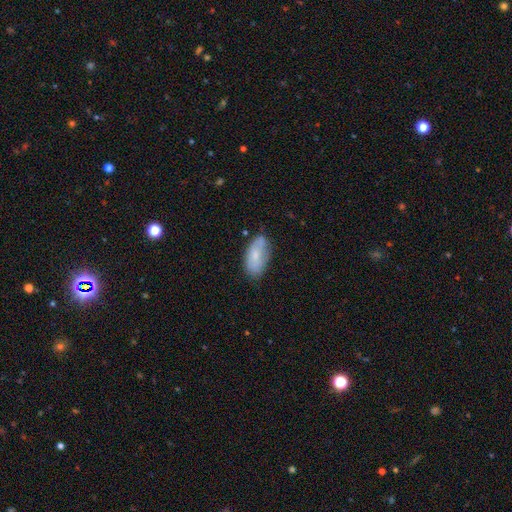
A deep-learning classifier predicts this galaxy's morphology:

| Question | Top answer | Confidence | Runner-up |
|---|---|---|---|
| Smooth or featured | smooth | 72% | featured or disk (21%) |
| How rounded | in between | 92% | cigar-shaped (5%) |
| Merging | none | 66% | minor disturbance (26%) |